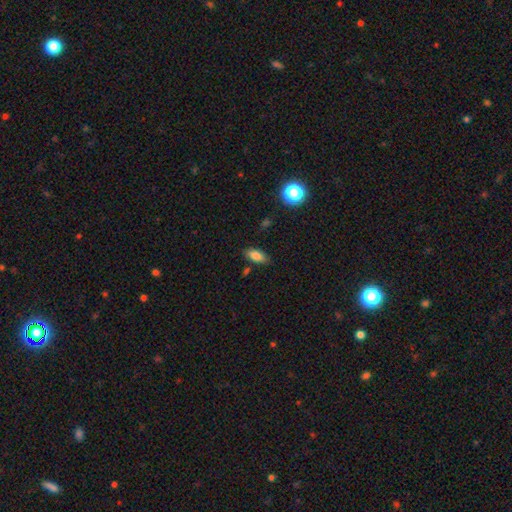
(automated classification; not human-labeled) Q: Smooth or featured?
A: smooth (83%); runner-up: star or artifact (9%)
Q: How rounded?
A: in between (86%); runner-up: cigar-shaped (10%)
Q: Merging?
A: none (80%); runner-up: minor disturbance (13%)